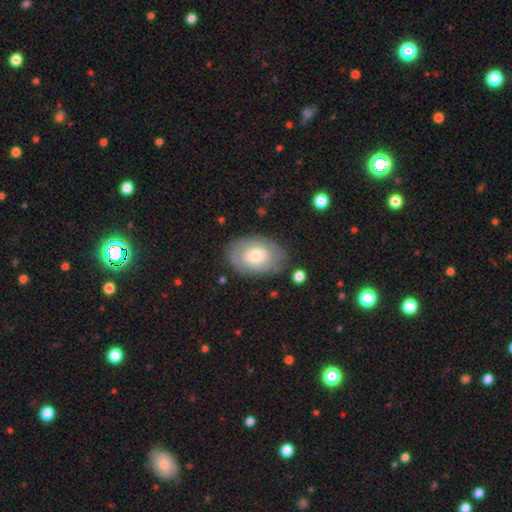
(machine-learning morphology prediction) smooth_or_featured: smooth (p=0.49) [alt: featured or disk p=0.45]
merging: none (p=0.77) [alt: minor disturbance p=0.16]